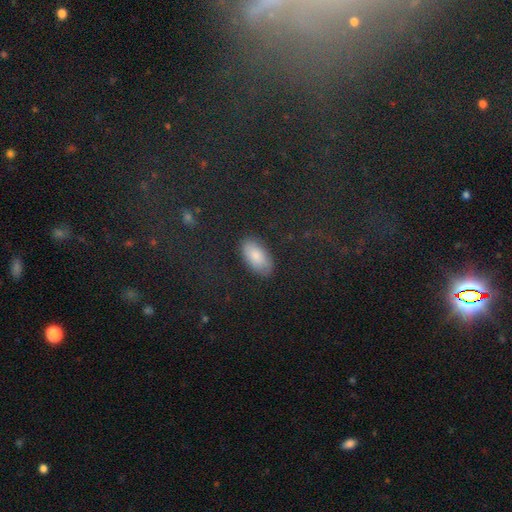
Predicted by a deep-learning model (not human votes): Q: Smooth or featured?
A: smooth (73%); runner-up: star or artifact (14%)
Q: How rounded?
A: in between (94%); runner-up: round (3%)
Q: Merging?
A: none (84%); runner-up: minor disturbance (11%)